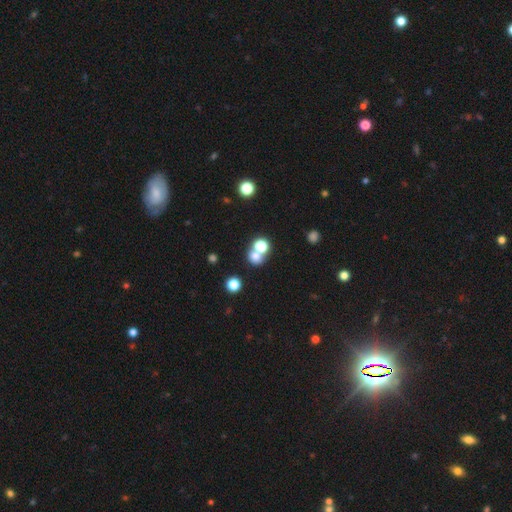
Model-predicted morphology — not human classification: This appears to be a smooth galaxy with no disk features (71%) that is round (74%). Merging: merger (48%).